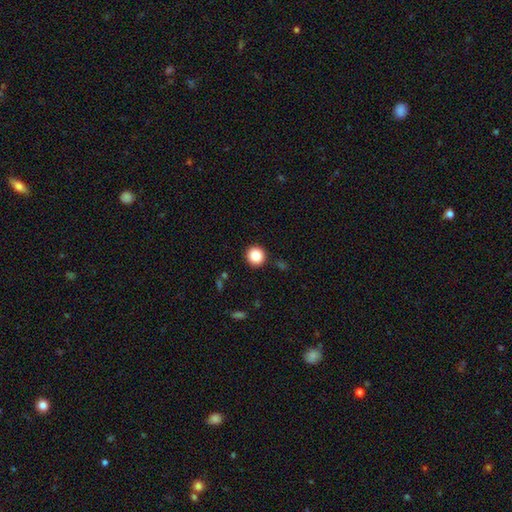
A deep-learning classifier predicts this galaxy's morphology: This is clearly a smooth galaxy (86%). How rounded: clearly round (94%). Merging: clearly none (91%).